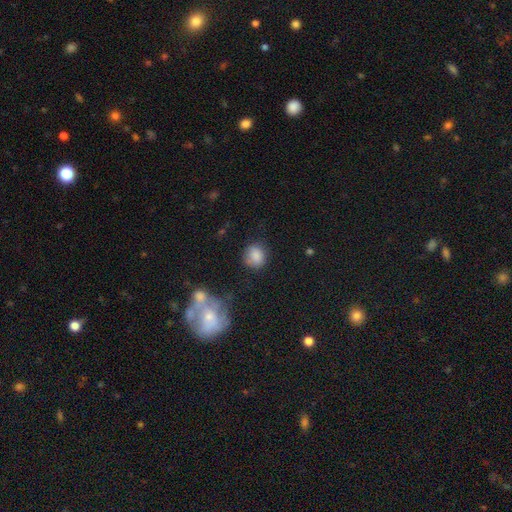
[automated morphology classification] type=smooth (83%); roundness=round (69%); merging=none (67%).